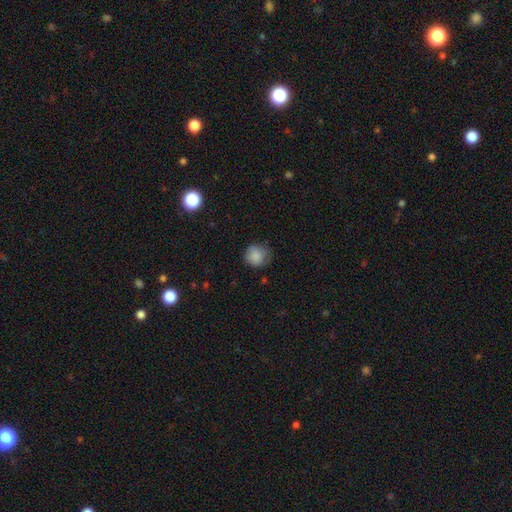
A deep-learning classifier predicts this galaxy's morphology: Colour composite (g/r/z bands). It shows a smooth galaxy with no disk features (84%) that is round (89%). Merging: none (71%).